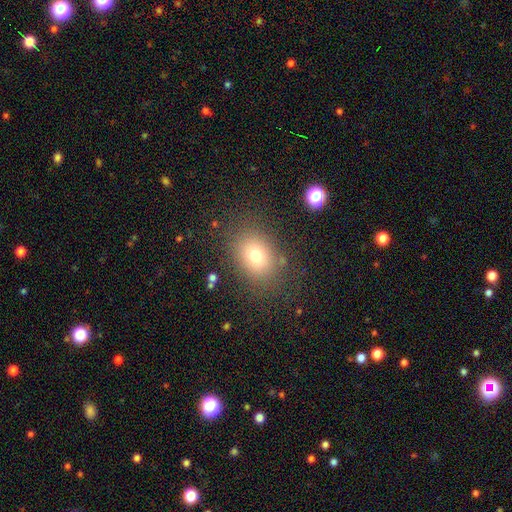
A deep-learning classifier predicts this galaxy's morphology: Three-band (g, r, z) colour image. It shows a smooth galaxy with no disk features (74%) that is in between round and cigar-shaped (63%). Merging: none (81%).